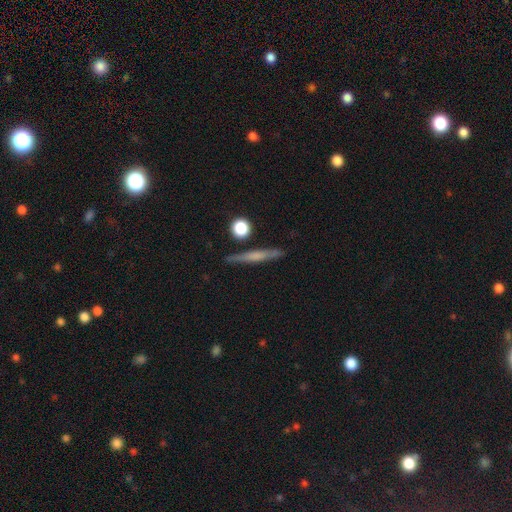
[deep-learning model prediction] Smooth or featured? featured or disk (48%)
Merging? none (86%)